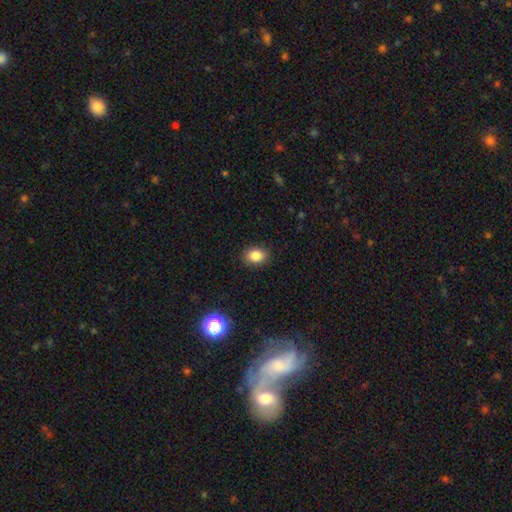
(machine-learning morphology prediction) Overall: smooth (85%). How rounded: in between (61%; round 38%). Merging: none (88%).